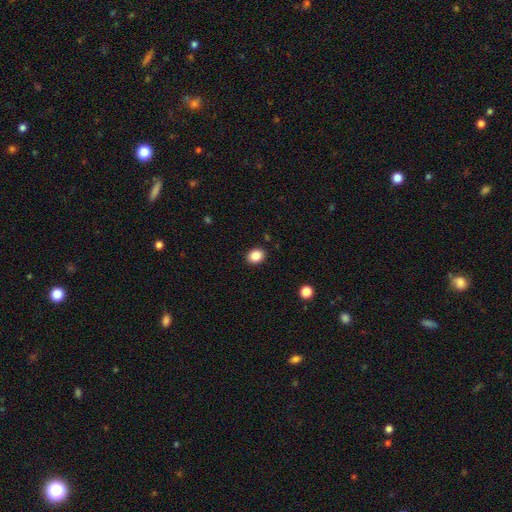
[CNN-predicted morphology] Smooth or featured? Predicted: smooth (p=0.86). How rounded? Predicted: round (p=0.50). Merging? Predicted: none (p=0.90).